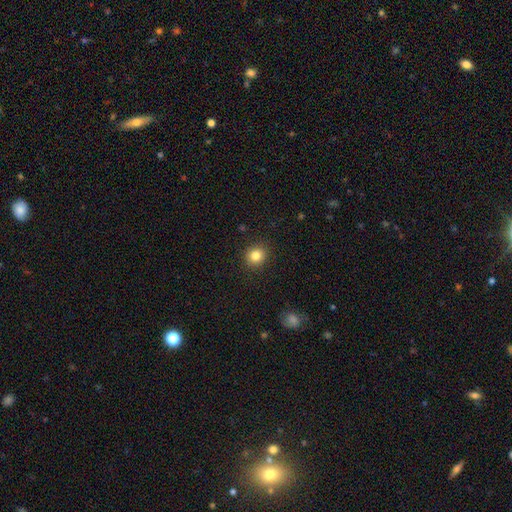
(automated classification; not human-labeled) This appears to be a smooth galaxy with no disk features (83%) that is round (83%). Merging: none (91%).